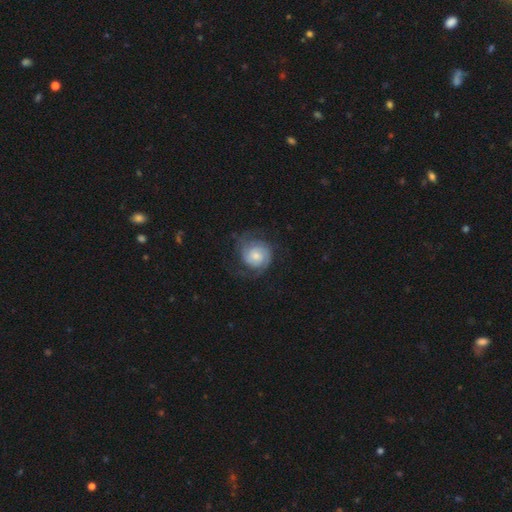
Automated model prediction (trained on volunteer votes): Q: Smooth or featured?
A: featured or disk (75%); runner-up: smooth (19%)
Q: Edge-on disk?
A: no (98%); runner-up: yes (2%)
Q: Bar?
A: no (68%); runner-up: weak (28%)
Q: Spiral arms?
A: yes (95%); runner-up: no (5%)
Q: Spiral winding?
A: tight (58%); runner-up: medium (32%)
Q: Spiral arm count?
A: 2 (58%); runner-up: can't tell (19%)
Q: Bulge size?
A: moderate (45%); runner-up: small (39%)
Q: Merging?
A: none (67%); runner-up: minor disturbance (19%)